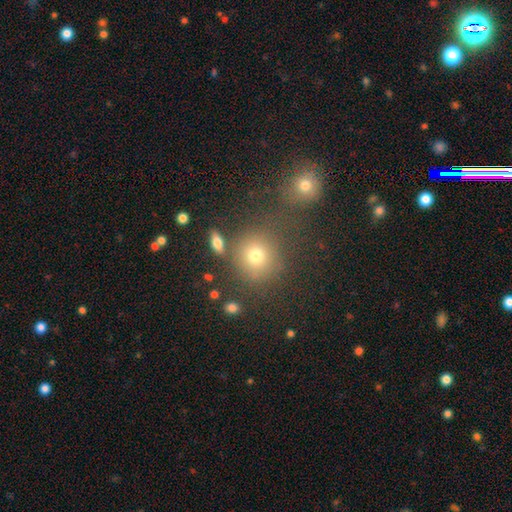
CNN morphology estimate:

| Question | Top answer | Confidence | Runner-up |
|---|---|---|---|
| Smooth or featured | smooth | 72% | star or artifact (18%) |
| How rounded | round | 87% | in between (11%) |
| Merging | none | 71% | merger (13%) |